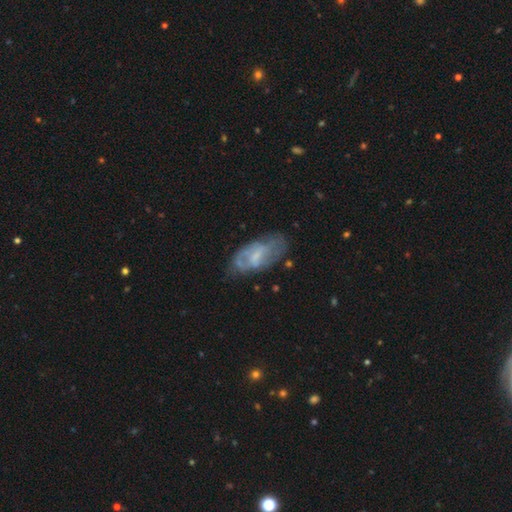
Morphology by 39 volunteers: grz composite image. It shows a featured or disk galaxy (64%) with no bar (54%), medium (58%) spiral arms (50%, tied with no) and a moderate central bulge (42%). Merging: none (53%).